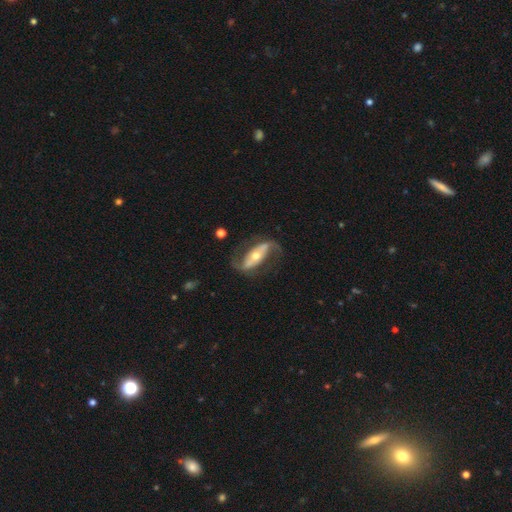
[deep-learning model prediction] The model was most divided on "spiral winding": loose: 51%, medium: 37%, tight: 13%. Remaining: spiral arms — yes (91%); spiral arm count — 2 (91%); edge-on disk — no (90%); smooth or featured — featured or disk (84%); merging — none (71%); bulge size — moderate (59%); bar — strong (49%).